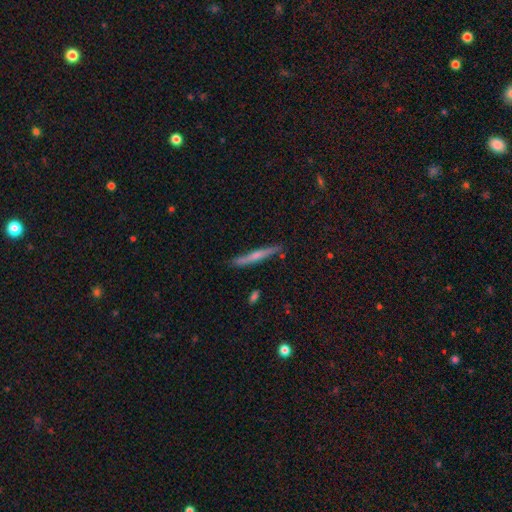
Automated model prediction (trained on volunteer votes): Q: Smooth or featured?
A: featured or disk (54%); runner-up: smooth (39%)
Q: Edge-on disk?
A: yes (96%); runner-up: no (4%)
Q: Edge-on bulge?
A: rounded (53%); runner-up: none (37%)
Q: Merging?
A: none (83%); runner-up: minor disturbance (13%)